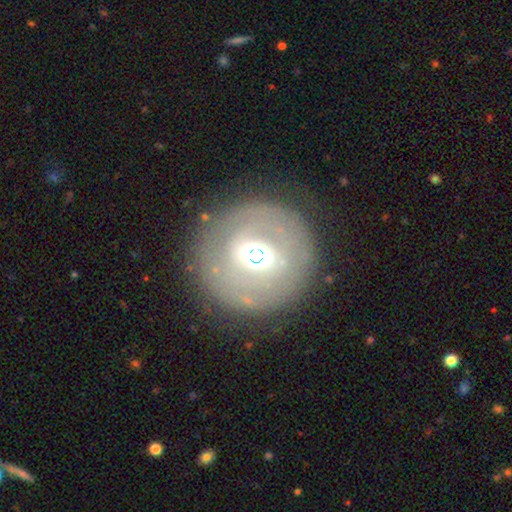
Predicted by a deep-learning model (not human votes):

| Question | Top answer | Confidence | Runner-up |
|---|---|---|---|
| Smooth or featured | featured or disk | 49% | smooth (37%) |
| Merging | none | 76% | minor disturbance (12%) |